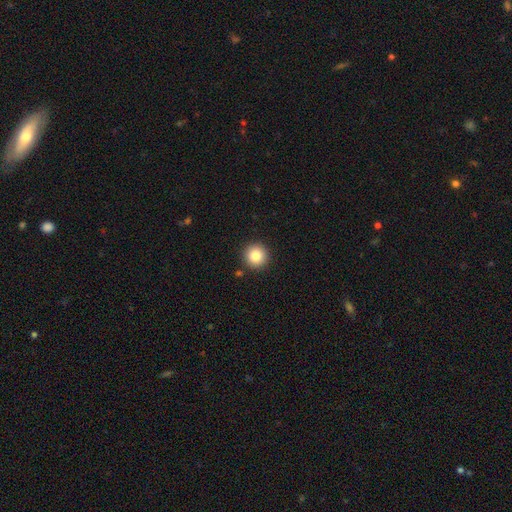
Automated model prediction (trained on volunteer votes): This is clearly a smooth galaxy (84%). How rounded: clearly round (96%). Merging: clearly none (91%).